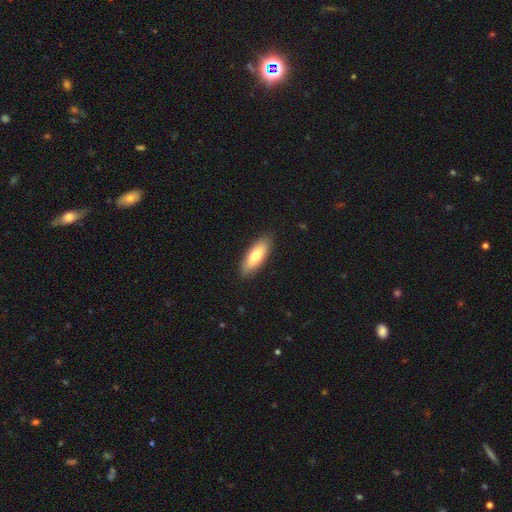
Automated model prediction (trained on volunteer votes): This is likely a smooth galaxy (75%). How rounded: likely in between (65%). Merging: clearly none (88%).